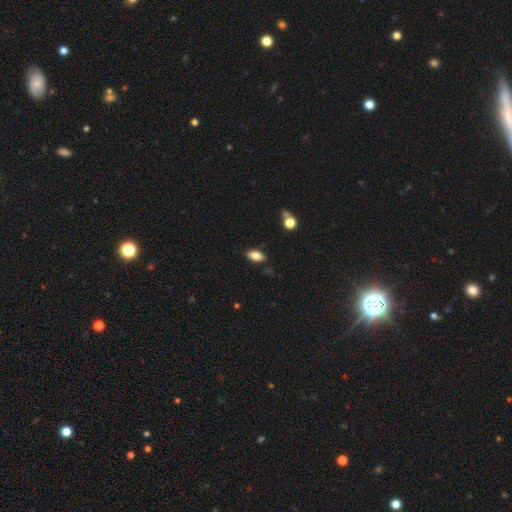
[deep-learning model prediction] This is likely a smooth galaxy (79%). How rounded: clearly in between (89%). Merging: clearly none (86%).